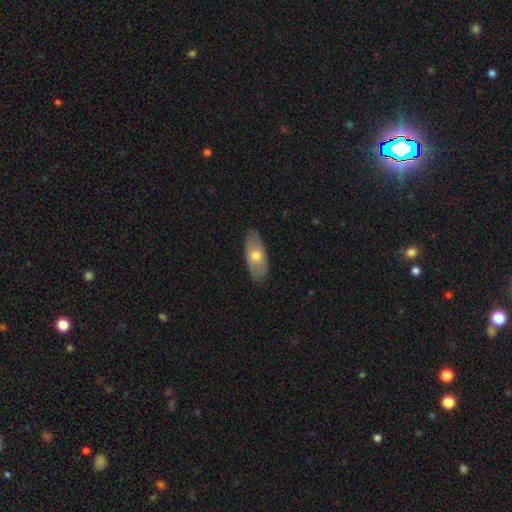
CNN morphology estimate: Q: Smooth or featured?
A: smooth (59%); runner-up: featured or disk (35%)
Q: How rounded?
A: in between (87%); runner-up: cigar-shaped (10%)
Q: Merging?
A: none (85%); runner-up: minor disturbance (12%)